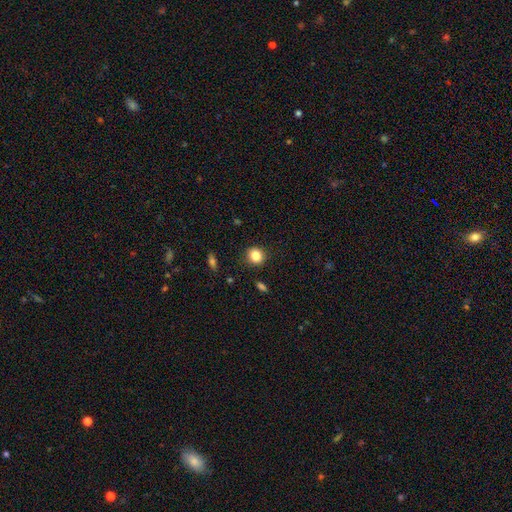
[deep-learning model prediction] smooth 84%, star or artifact 10%, featured or disk 6%. Down the decision tree: how rounded — round (84%); merging — none (89%).